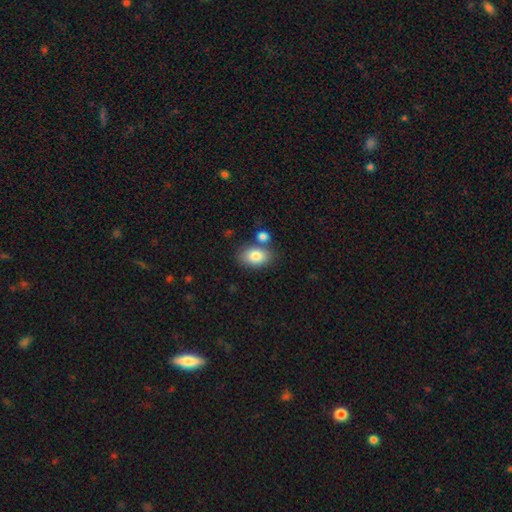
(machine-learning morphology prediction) This is clearly a smooth galaxy (83%). How rounded: clearly in between (86%). Merging: likely none (67%).